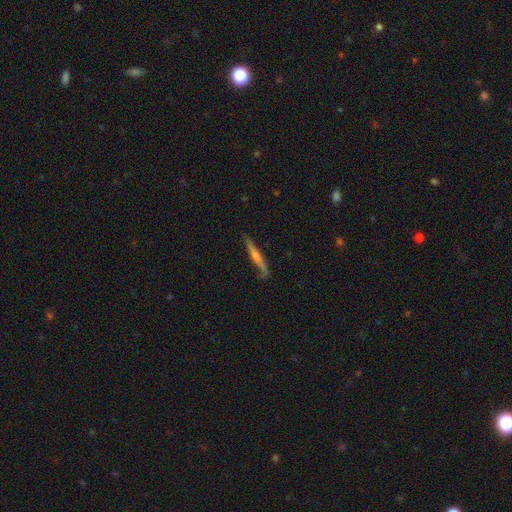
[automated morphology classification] Q: Smooth or featured?
A: featured or disk (64%); runner-up: smooth (29%)
Q: Edge-on disk?
A: yes (94%); runner-up: no (6%)
Q: Edge-on bulge?
A: rounded (67%); runner-up: none (26%)
Q: Merging?
A: none (79%); runner-up: minor disturbance (16%)